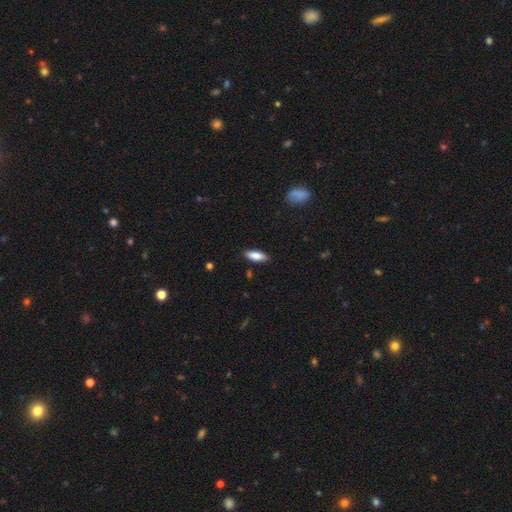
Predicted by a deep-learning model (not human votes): The model was most divided on "how rounded": in between: 75%, cigar-shaped: 23%, round: 2%. More confident: merging — none (87%); smooth or featured — smooth (85%).